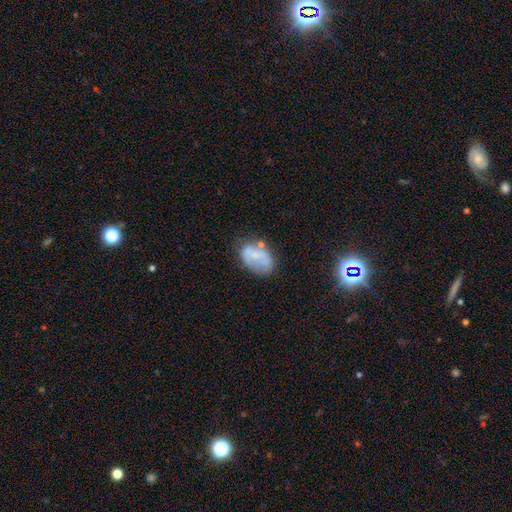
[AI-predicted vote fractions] Smooth or featured? smooth (52%)
How rounded? in between (83%)
Merging? none (49%)